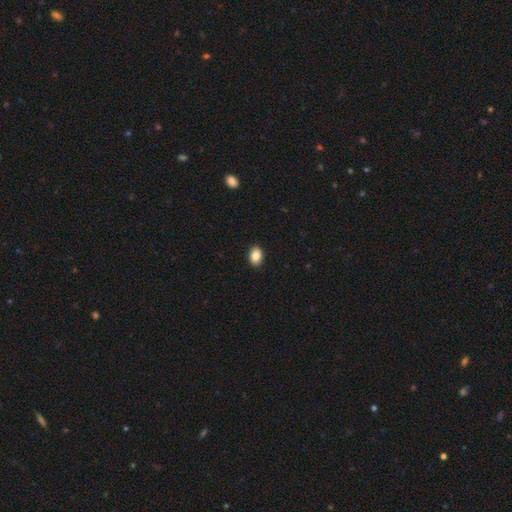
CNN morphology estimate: type=smooth (87%); roundness=in between (80%); merging=none (91%).